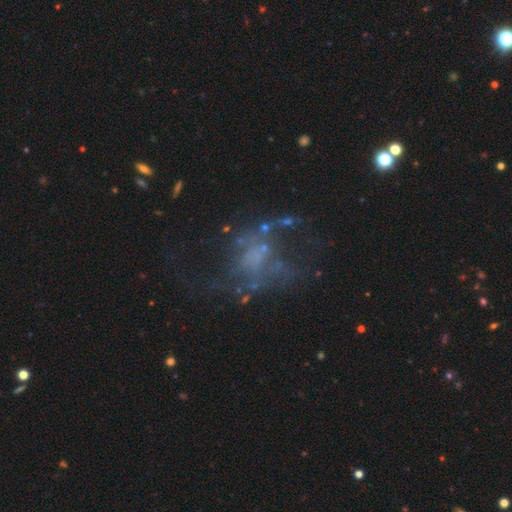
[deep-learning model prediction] This is possibly a featured or disk galaxy (60%). It is clearly not viewed edge-on (97%). Bar: likely no (79%). Spiral arm pattern: likely no (63%). Central bulge: likely none (62%). Merging: marginally none (43%).